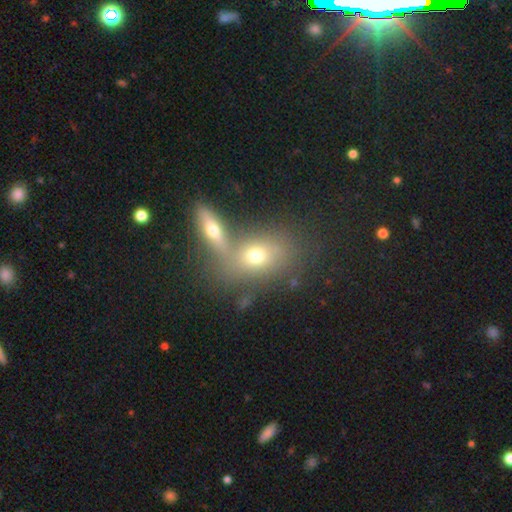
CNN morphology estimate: type=smooth (65%); roundness=in between (68%); merging=merger (46%).